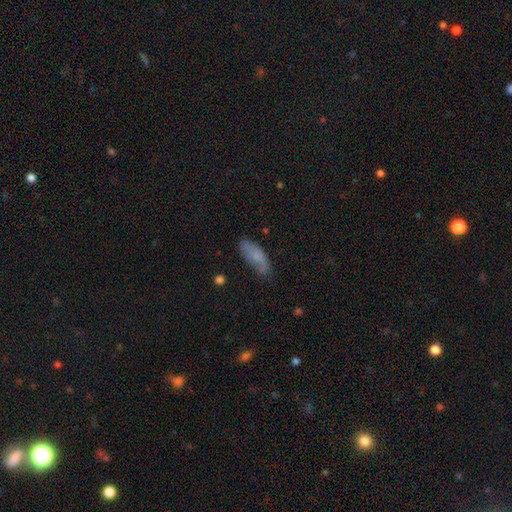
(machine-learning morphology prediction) A smooth galaxy with no disk features (71%) that is in between round and cigar-shaped (71%). Merging: none (61%).